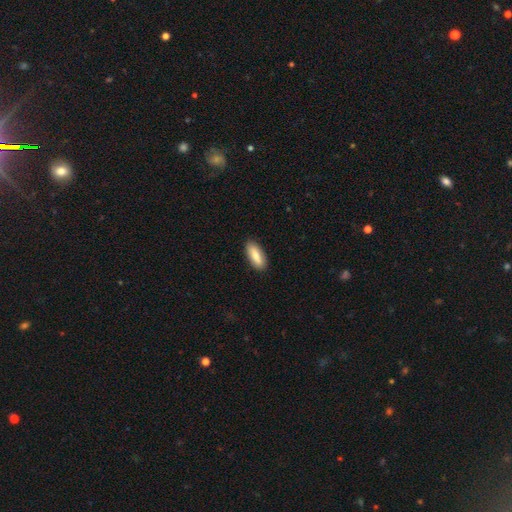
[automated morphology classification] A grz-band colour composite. It shows a smooth galaxy with no disk features (82%) that is in between round and cigar-shaped (77%). Merging: none (88%).